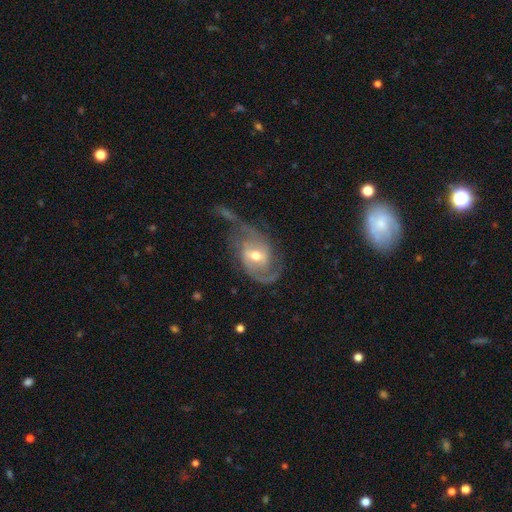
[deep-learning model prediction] smooth_or_featured: featured or disk (p=0.85) [alt: smooth p=0.10]
disk_edge_on: no (p=0.97) [alt: yes p=0.03]
bar: weak (p=0.52) [alt: strong p=0.24]
has_spiral_arms: yes (p=0.93) [alt: no p=0.07]
spiral_winding: medium (p=0.45) [alt: loose p=0.33]
spiral_arm_count: 2 (p=0.78) [alt: 1 p=0.10]
bulge_size: moderate (p=0.72) [alt: small p=0.20]
merging: none (p=0.45) [alt: major disturbance p=0.27]